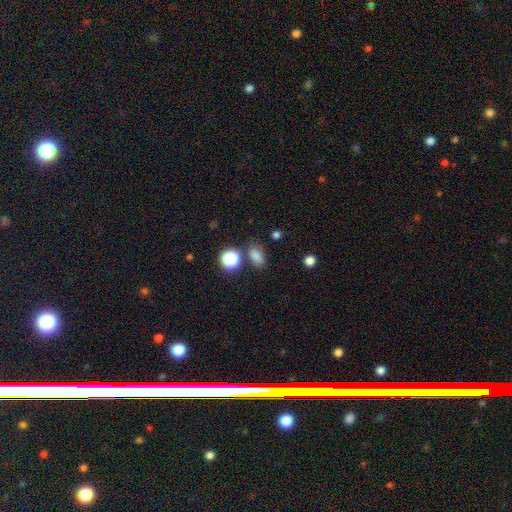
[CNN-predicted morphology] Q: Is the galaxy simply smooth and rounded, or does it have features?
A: smooth — 77%.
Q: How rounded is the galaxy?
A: in between — 81%.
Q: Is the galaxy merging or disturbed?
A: none — 73%.